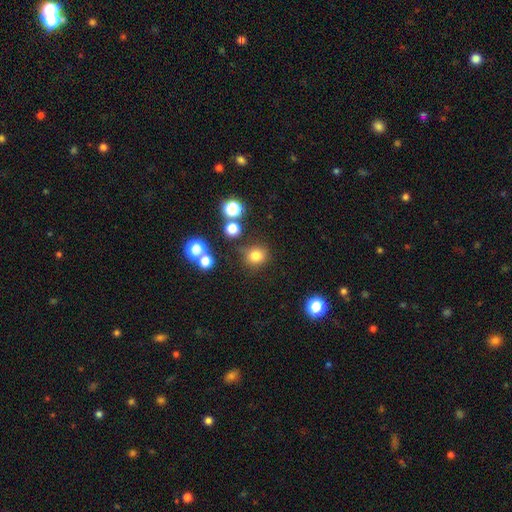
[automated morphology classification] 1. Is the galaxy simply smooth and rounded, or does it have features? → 77% smooth, 17% star or artifact, 6% featured or disk.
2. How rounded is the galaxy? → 84% round, 15% in between, 1% cigar-shaped.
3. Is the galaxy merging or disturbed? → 78% none, 12% minor disturbance, 5% merger, 4% major disturbance.